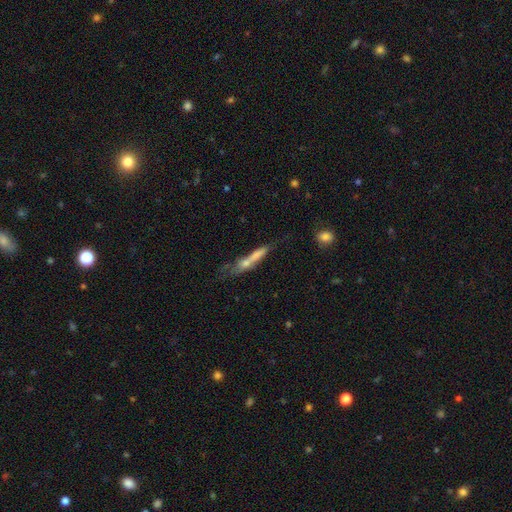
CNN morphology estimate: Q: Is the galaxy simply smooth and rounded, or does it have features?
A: smooth — 48%.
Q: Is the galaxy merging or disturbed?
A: none — 44%.